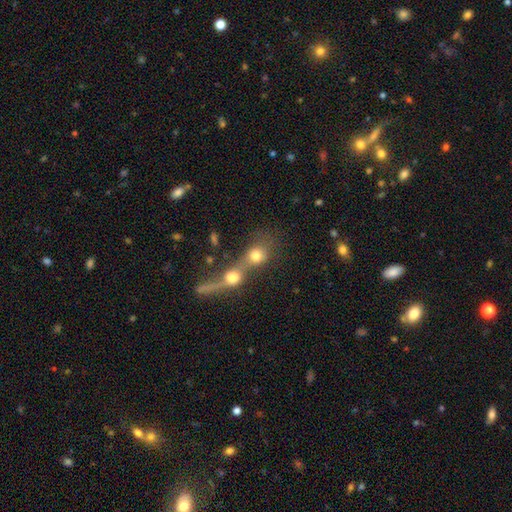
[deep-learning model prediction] Smooth or featured? smooth (69%)
How rounded? round (72%)
Merging? merger (73%)